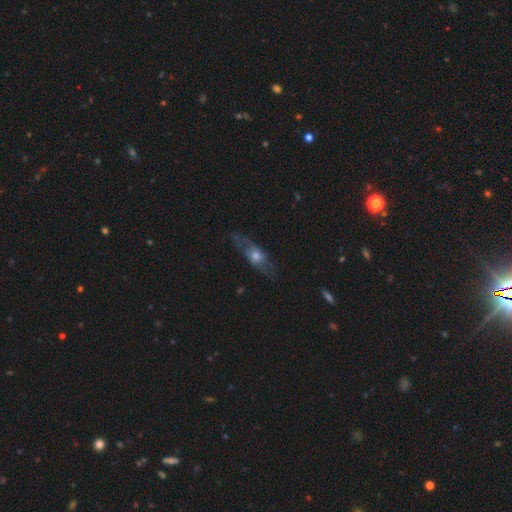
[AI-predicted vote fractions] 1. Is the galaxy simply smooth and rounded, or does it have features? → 58% featured or disk, 33% smooth, 9% star or artifact.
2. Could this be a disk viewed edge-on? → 57% no, 43% yes.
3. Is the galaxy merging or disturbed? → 68% none, 20% minor disturbance, 10% major disturbance, 2% merger.